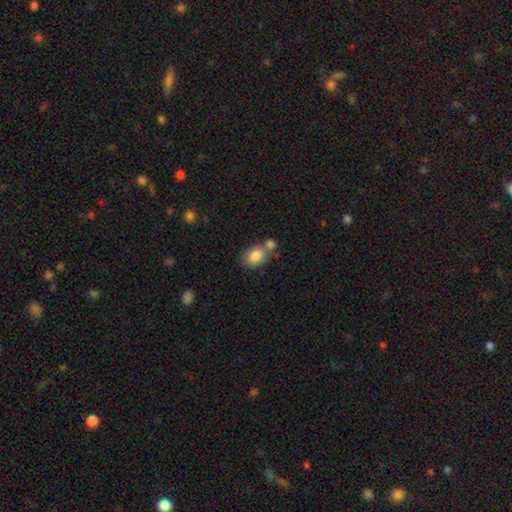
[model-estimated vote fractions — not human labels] This is clearly a smooth galaxy (83%). How rounded: likely in between (79%). Merging: possibly none (47%).